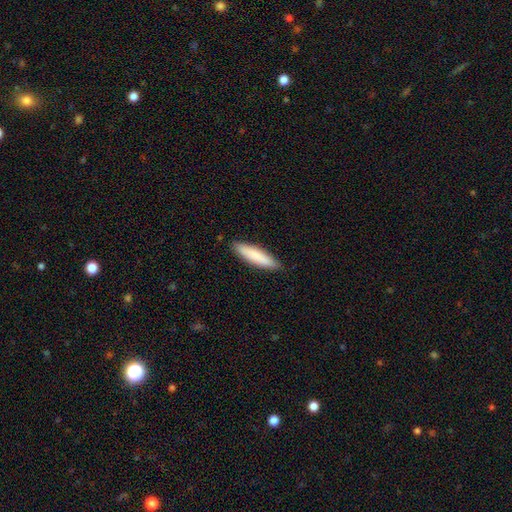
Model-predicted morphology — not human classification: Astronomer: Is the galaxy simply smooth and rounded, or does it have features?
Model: smooth — 84%.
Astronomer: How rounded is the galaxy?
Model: cigar-shaped — 76%.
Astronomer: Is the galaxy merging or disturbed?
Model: none — 88%.